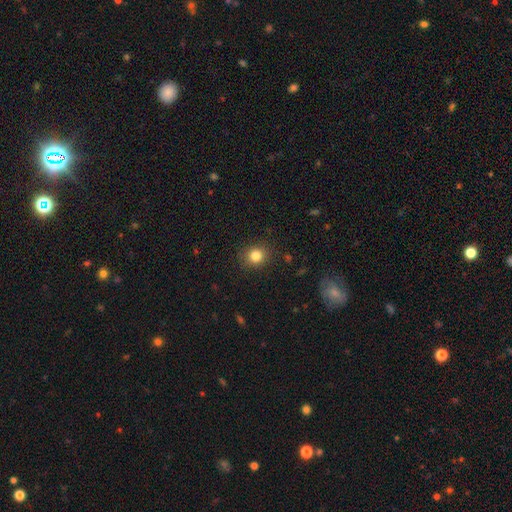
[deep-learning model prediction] Smooth or featured? smooth (82%)
How rounded? round (79%)
Merging? none (89%)